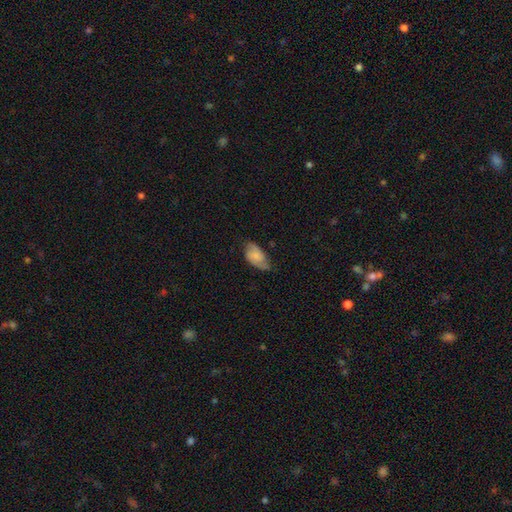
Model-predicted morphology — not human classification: Q: Smooth or featured?
A: smooth (58%); runner-up: featured or disk (35%)
Q: How rounded?
A: in between (93%); runner-up: round (4%)
Q: Merging?
A: none (58%); runner-up: minor disturbance (32%)